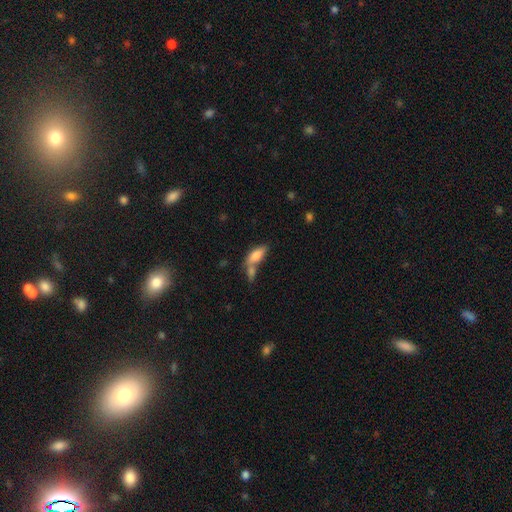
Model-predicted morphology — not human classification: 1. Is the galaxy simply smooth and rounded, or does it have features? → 77% smooth, 15% featured or disk, 8% star or artifact.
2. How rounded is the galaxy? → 77% in between, 20% cigar-shaped, 3% round.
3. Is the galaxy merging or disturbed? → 47% merger, 34% none, 12% minor disturbance, 6% major disturbance.